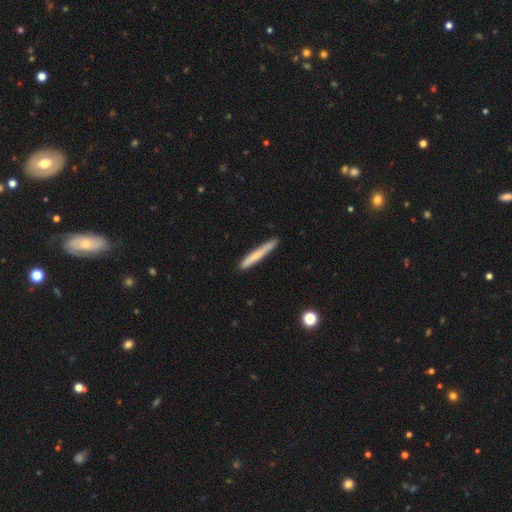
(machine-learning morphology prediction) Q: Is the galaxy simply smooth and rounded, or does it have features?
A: smooth — 67%.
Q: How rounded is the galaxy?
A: cigar-shaped — 96%.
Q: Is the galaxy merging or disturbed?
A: none — 88%.